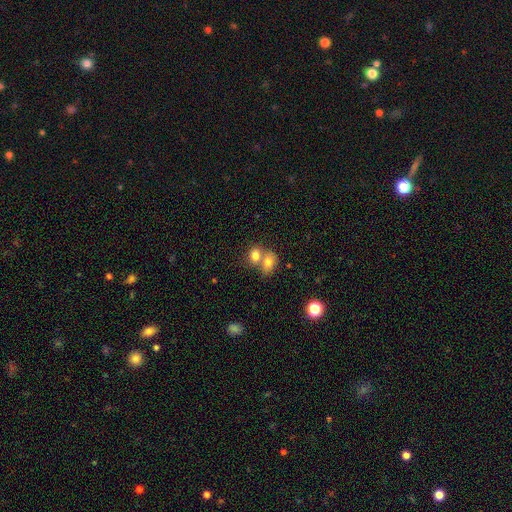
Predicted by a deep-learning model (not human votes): Overall: smooth (79%). How rounded: in between (65%; round 34%). Merging: merger (62%; none 28%).